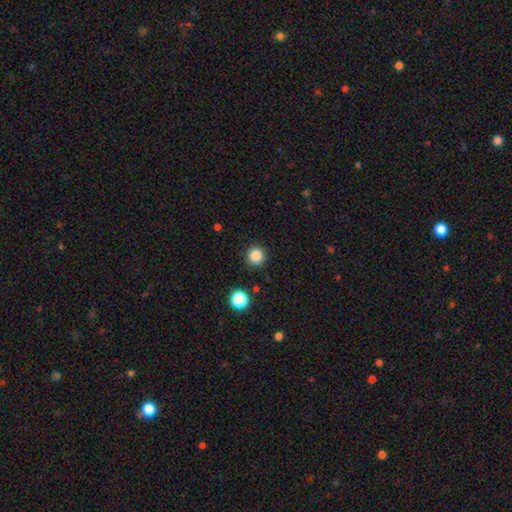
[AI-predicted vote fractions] Q: Smooth or featured?
A: smooth (86%); runner-up: star or artifact (11%)
Q: How rounded?
A: round (95%); runner-up: in between (4%)
Q: Merging?
A: none (90%); runner-up: minor disturbance (6%)